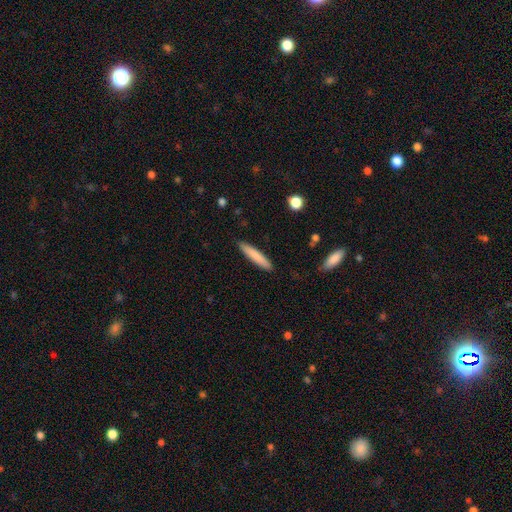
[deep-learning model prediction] Q: Smooth or featured?
A: smooth (81%); runner-up: featured or disk (13%)
Q: How rounded?
A: cigar-shaped (91%); runner-up: in between (8%)
Q: Merging?
A: none (89%); runner-up: minor disturbance (8%)